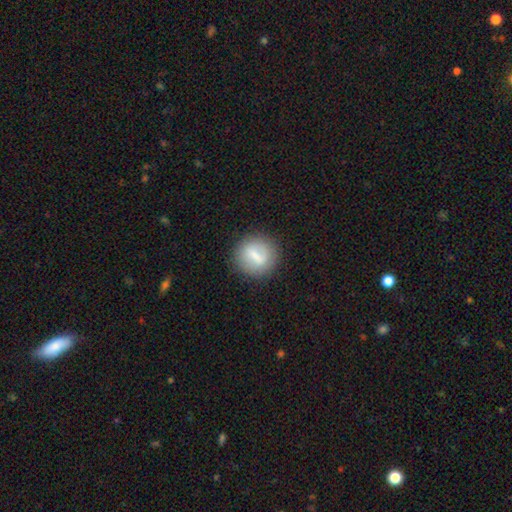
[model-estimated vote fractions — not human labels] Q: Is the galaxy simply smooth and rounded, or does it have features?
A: smooth — 58%.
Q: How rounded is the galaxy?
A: round — 82%.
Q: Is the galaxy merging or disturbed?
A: none — 81%.